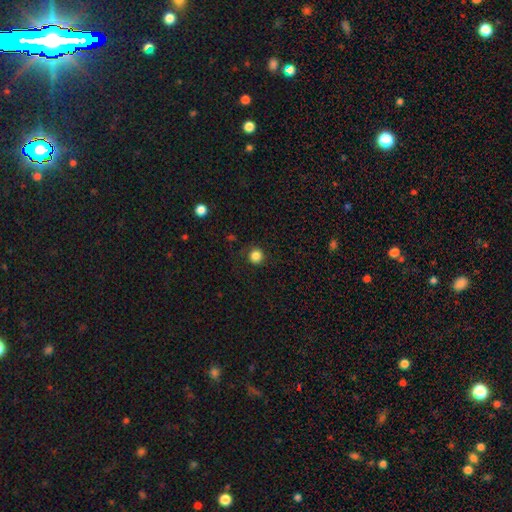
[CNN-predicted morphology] The model was most divided on "smooth or featured": smooth: 85%, star or artifact: 11%, featured or disk: 4%. More confident: how rounded — round (93%); merging — none (86%).